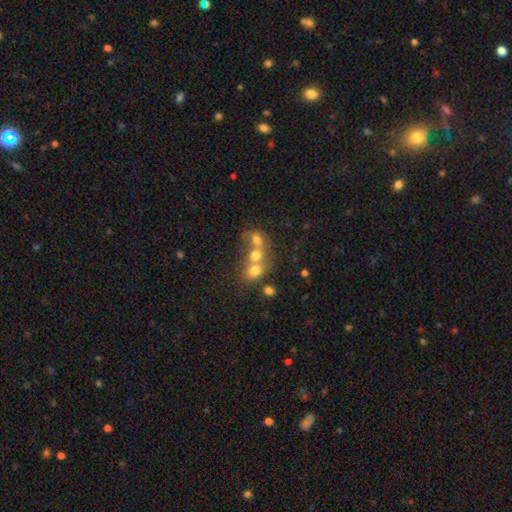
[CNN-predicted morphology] The model was most divided on "how rounded": round: 65%, in between: 34%, cigar-shaped: 1%. More confident: merging — merger (63%); smooth or featured — smooth (62%).